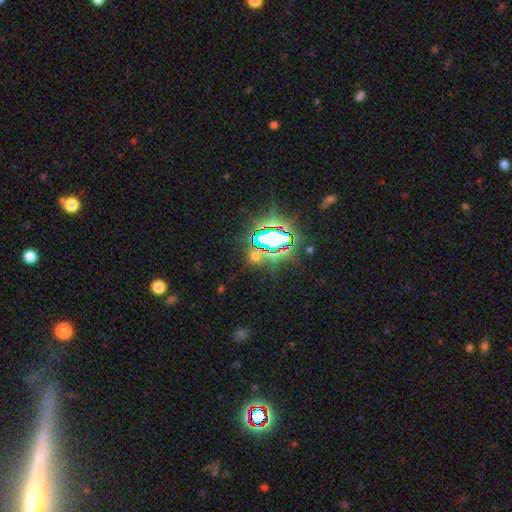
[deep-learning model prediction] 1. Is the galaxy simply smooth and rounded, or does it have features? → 70% star or artifact, 20% smooth, 9% featured or disk.